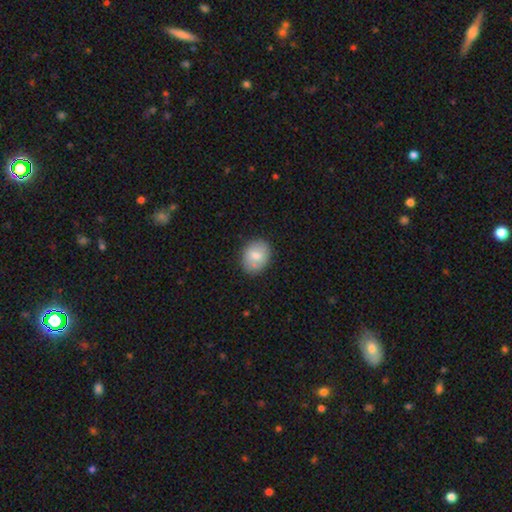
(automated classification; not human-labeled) Smooth or featured: smooth — 77% (featured or disk — 16%)
How rounded: round — 51% (in between — 48%)
Merging: none — 81% (minor disturbance — 13%)